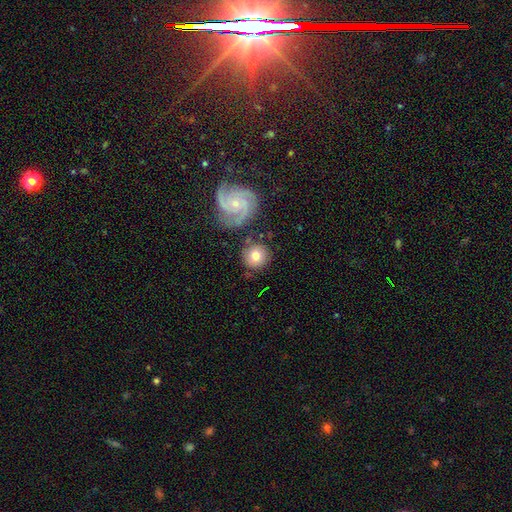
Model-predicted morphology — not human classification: smooth-or-featured: smooth: 63% | featured or disk: 30% | star or artifact: 7%
  how-rounded: round: 92% | in between: 7% | cigar-shaped: 1%
  merging: none: 77% | minor disturbance: 11% | merger: 8% | major disturbance: 4%